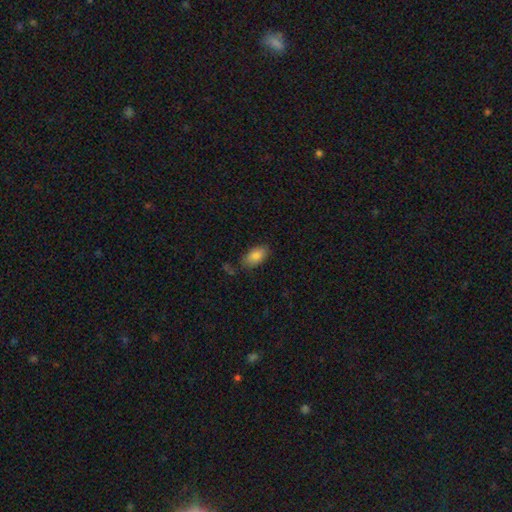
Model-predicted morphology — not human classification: Overall: smooth (85%). How rounded: in between (93%). Merging: none (78%).